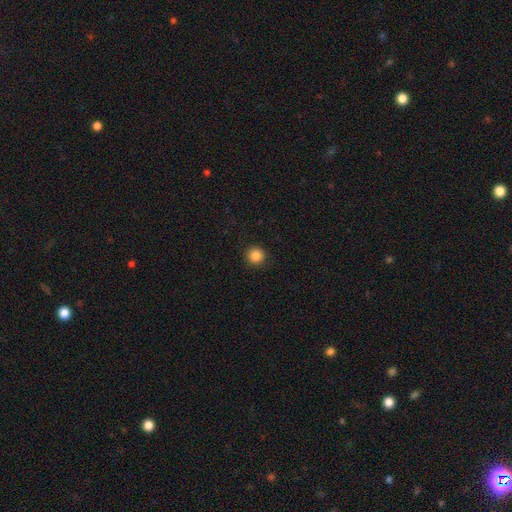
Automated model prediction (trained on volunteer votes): Smooth or featured? Predicted: smooth (p=0.85). How rounded? Predicted: round (p=0.95). Merging? Predicted: none (p=0.93).